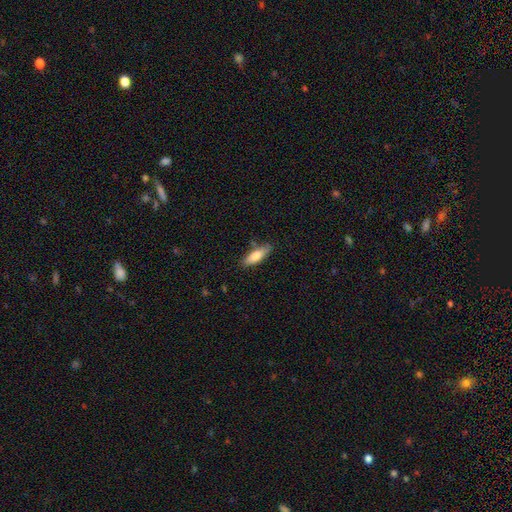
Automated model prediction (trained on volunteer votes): This is likely a smooth galaxy (75%). How rounded: possibly in between (50%). Merging: likely none (77%).